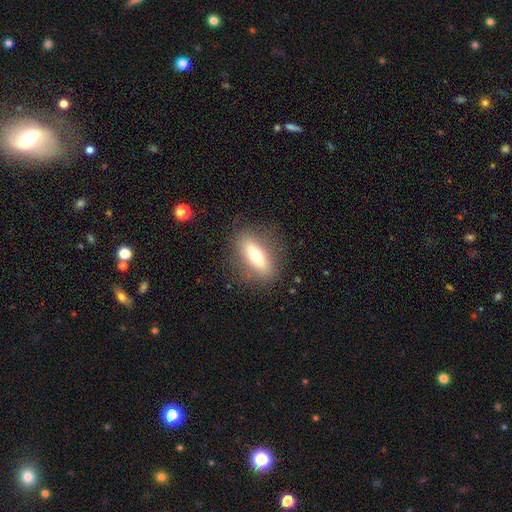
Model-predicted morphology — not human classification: A smooth galaxy with no disk features (57%) that is in between round and cigar-shaped (58%). Merging: none (83%).